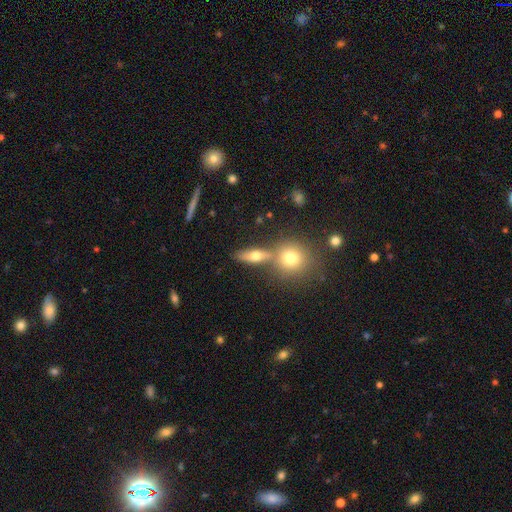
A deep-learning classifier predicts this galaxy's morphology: Overall: smooth (59%; featured or disk 29%). How rounded: in between (48%; cigar-shaped 30%). Merging: none (64%).